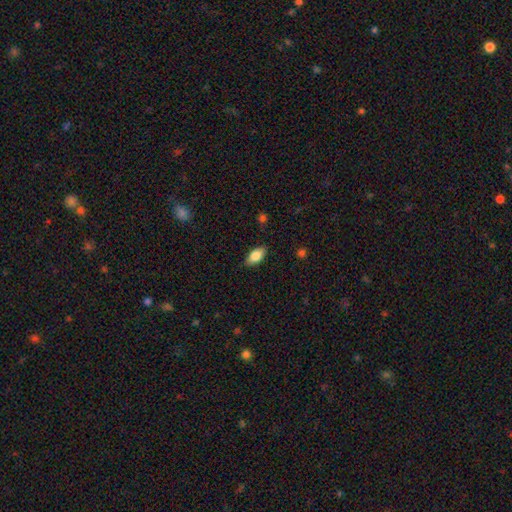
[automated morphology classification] Smooth or featured? Predicted: smooth (p=0.81). How rounded? Predicted: in between (p=0.89). Merging? Predicted: none (p=0.84).